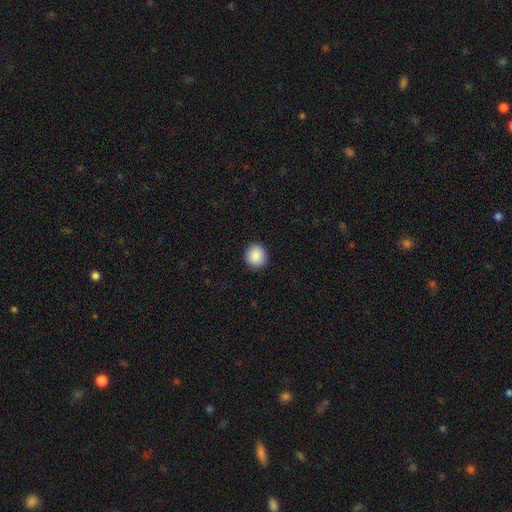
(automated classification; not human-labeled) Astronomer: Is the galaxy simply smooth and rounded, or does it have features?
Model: smooth — 89%.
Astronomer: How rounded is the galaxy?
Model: round — 90%.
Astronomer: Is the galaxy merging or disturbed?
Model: none — 91%.